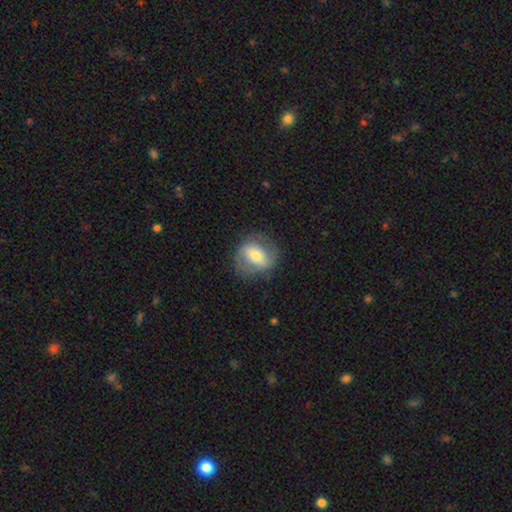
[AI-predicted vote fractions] featured or disk 58%, smooth 35%, star or artifact 7%. Down the decision tree: edge-on disk — no (96%); bar — weak (39%); spiral arms — yes (78%); bulge size — moderate (62%); merging — none (78%).